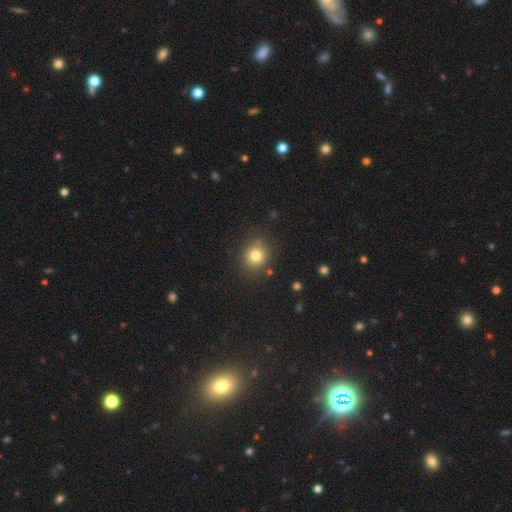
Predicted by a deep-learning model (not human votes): Q: Smooth or featured?
A: smooth (78%); runner-up: star or artifact (13%)
Q: How rounded?
A: round (82%); runner-up: in between (17%)
Q: Merging?
A: none (84%); runner-up: minor disturbance (9%)